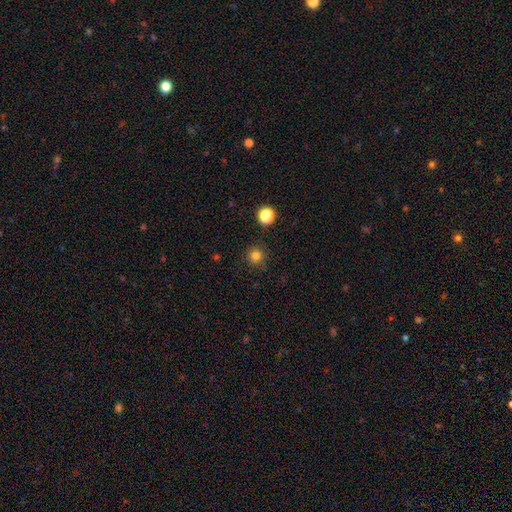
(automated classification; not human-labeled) Smooth or featured: smooth — 81% (star or artifact — 14%)
How rounded: round — 94% (in between — 5%)
Merging: none — 87% (minor disturbance — 8%)